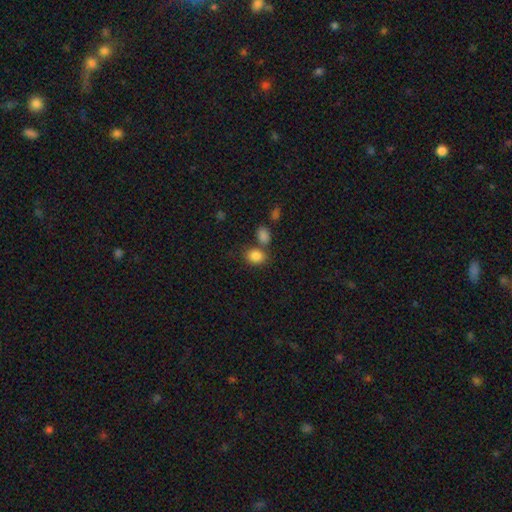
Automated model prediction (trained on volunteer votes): This appears to be a smooth galaxy with no disk features (85%) that is in between round and cigar-shaped (63%). Merging: none (59%).